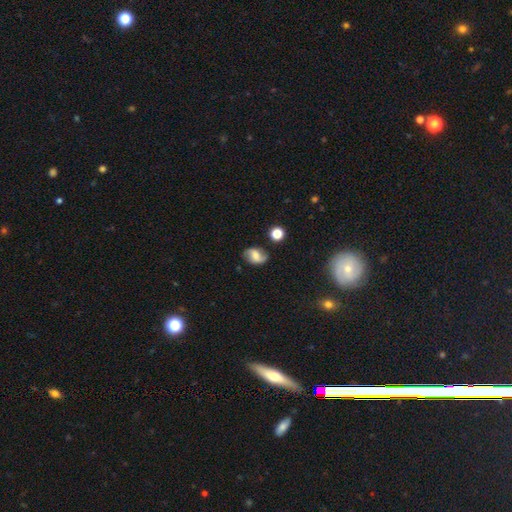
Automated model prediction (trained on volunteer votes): Smooth or featured?
  - featured or disk: 45% *
  - smooth: 44%
  - star or artifact: 11%
Merging?
  - none: 72% *
  - minor disturbance: 19%
  - major disturbance: 5%
  - merger: 4%